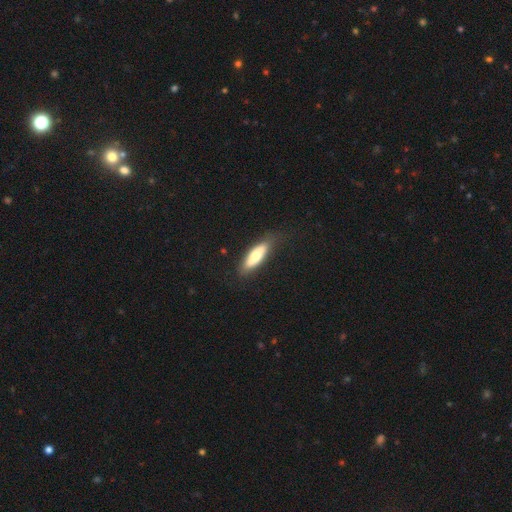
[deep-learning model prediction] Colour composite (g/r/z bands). It shows a smooth galaxy with no disk features (68%) that is in between round and cigar-shaped (58%). Merging: none (78%).